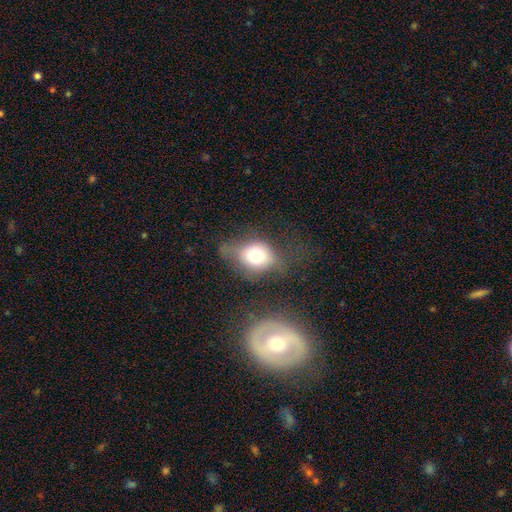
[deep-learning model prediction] This appears to be a smooth galaxy with no disk features (67%) that is round (52%). Merging: none (39%).